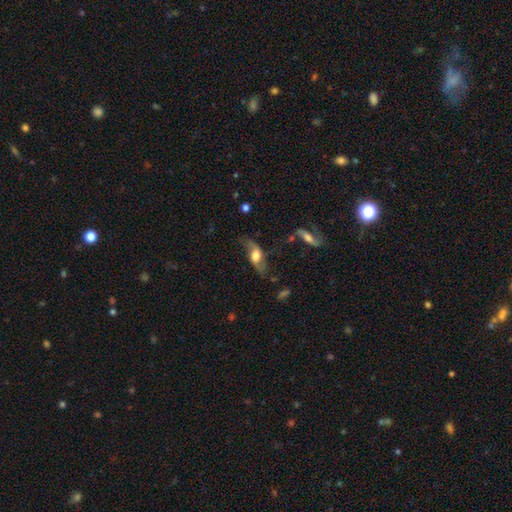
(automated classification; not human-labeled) This is likely a featured or disk galaxy (64%). It is likely not viewed edge-on (72%). Merging: likely none (60%).